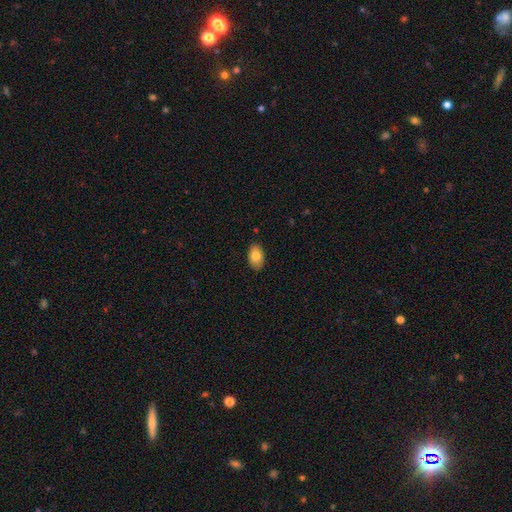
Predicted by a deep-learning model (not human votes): Q: Smooth or featured?
A: smooth (82%); runner-up: featured or disk (11%)
Q: How rounded?
A: in between (91%); runner-up: round (7%)
Q: Merging?
A: none (85%); runner-up: minor disturbance (12%)